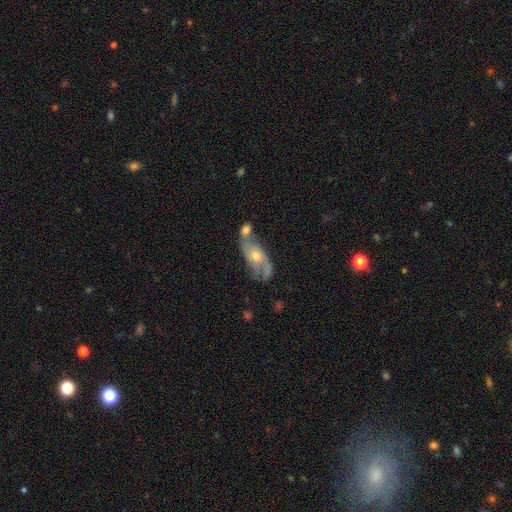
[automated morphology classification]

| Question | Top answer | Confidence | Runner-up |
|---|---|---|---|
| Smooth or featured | featured or disk | 70% | smooth (21%) |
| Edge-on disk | no | 89% | yes (11%) |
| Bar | no | 75% | weak (21%) |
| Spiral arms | yes | 81% | no (19%) |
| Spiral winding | medium | 40% | loose (38%) |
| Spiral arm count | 2 | 69% | can't tell (17%) |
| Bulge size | moderate | 56% | small (38%) |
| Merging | none | 39% | merger (33%) |